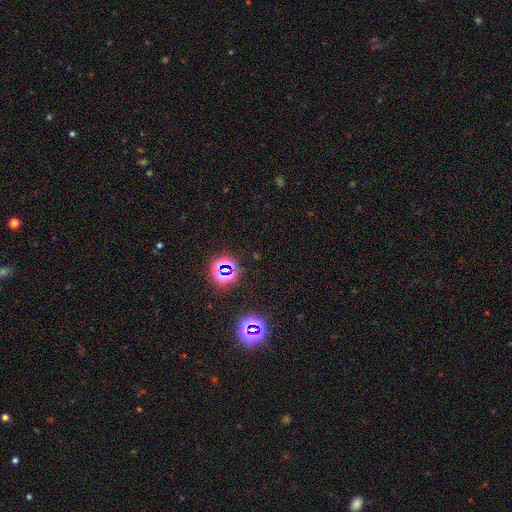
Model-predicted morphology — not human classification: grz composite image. It shows a star or artifact, not a galaxy (74%).